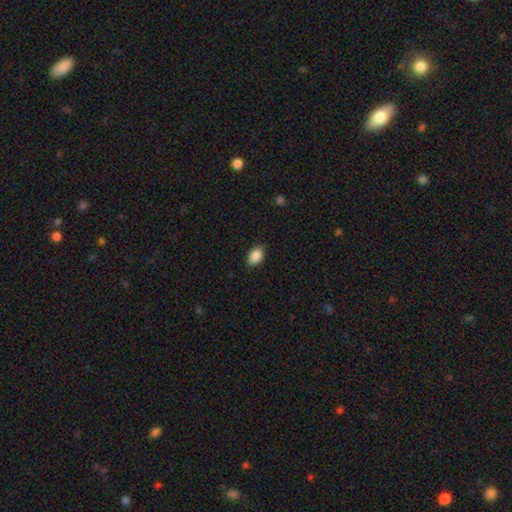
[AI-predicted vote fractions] Smooth or featured? smooth (88%)
How rounded? in between (87%)
Merging? none (88%)